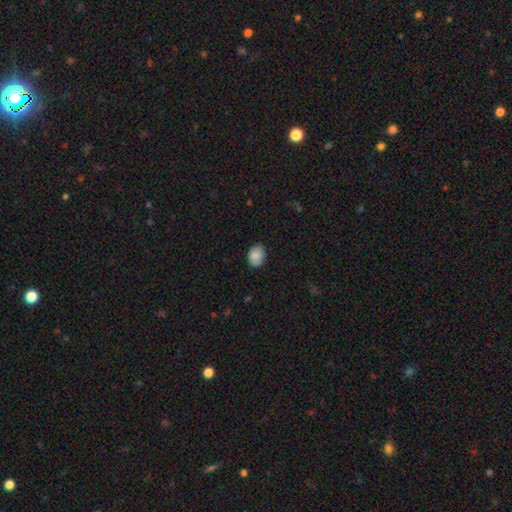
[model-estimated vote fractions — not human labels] Smooth or featured? smooth (87%)
How rounded? in between (65%)
Merging? none (80%)